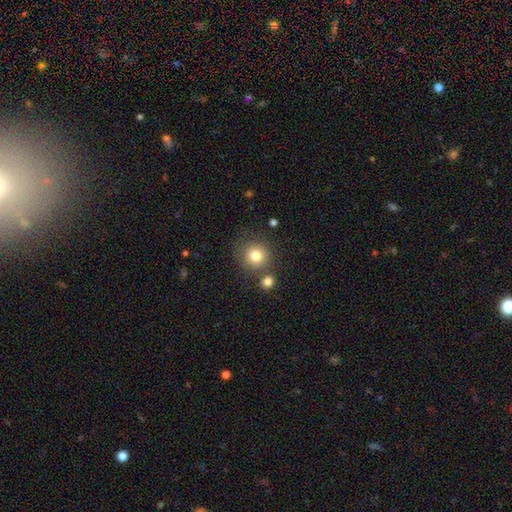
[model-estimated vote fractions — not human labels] Smooth or featured?
  - smooth: 80% *
  - star or artifact: 11%
  - featured or disk: 9%
How rounded?
  - round: 92% *
  - in between: 7%
  - cigar-shaped: 1%
Merging?
  - none: 75% *
  - merger: 12%
  - minor disturbance: 9%
  - major disturbance: 4%